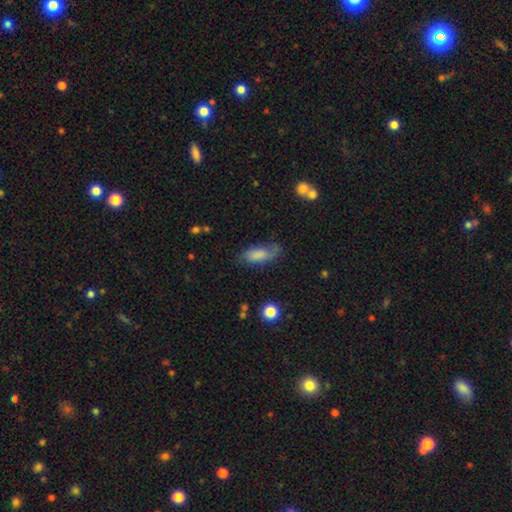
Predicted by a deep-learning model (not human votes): Morphology: type=smooth (57%); roundness=in between (74%); merging=none (59%).